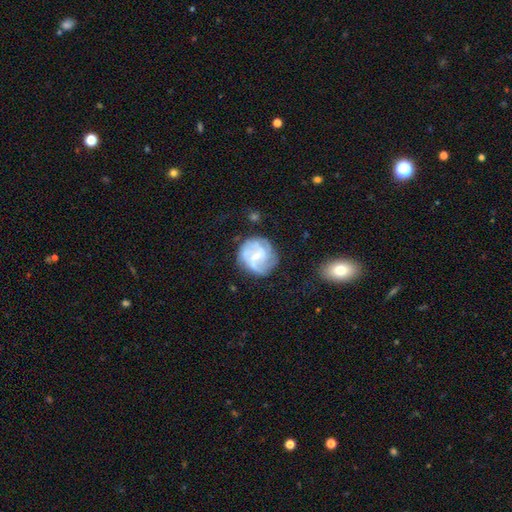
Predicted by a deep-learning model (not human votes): smooth-or-featured: featured or disk: 72% | smooth: 22% | star or artifact: 7%
  disk-edge-on: no: 98% | yes: 2%
    bar: weak: 52% | no: 36% | strong: 12%
    has-spiral-arms: yes: 88% | no: 12%
      spiral-winding: medium: 41% | tight: 37% | loose: 22%
      spiral-arm-count: can't tell: 30% | 2: 27% | 3: 25% | 4: 9% | 1: 5% | more than 4: 4%
    bulge-size: small: 60% | moderate: 26% | none: 11% | large: 2% | dominant: 1%
  merging: none: 68% | minor disturbance: 19% | major disturbance: 11% | merger: 2%